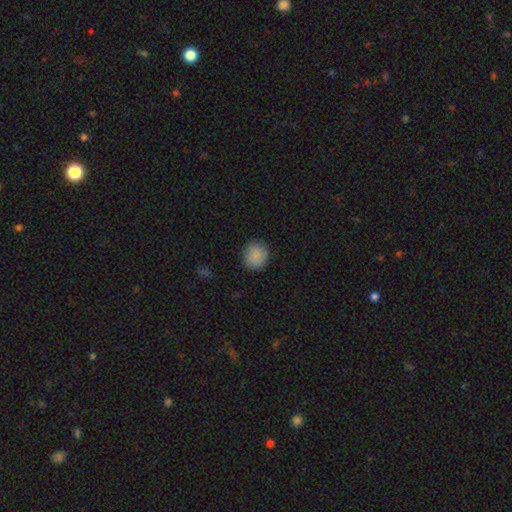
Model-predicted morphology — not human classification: Overall: smooth (86%). How rounded: round (85%). Merging: none (86%).